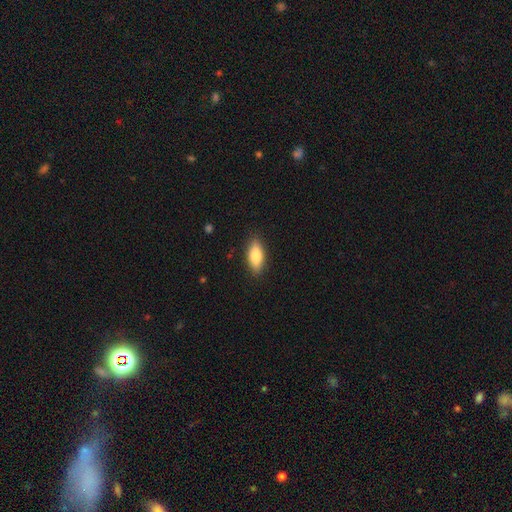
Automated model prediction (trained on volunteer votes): Morphology: type=smooth (81%); roundness=in between (80%); merging=none (88%).